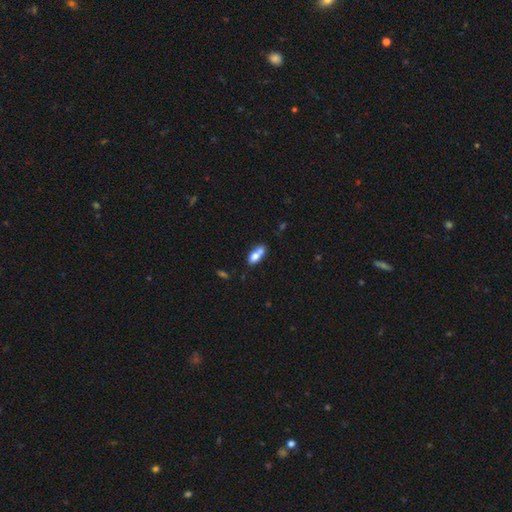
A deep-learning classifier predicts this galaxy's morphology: Smooth or featured?
  - smooth: 73% *
  - featured or disk: 19%
  - star or artifact: 9%
How rounded?
  - in between: 81% *
  - cigar-shaped: 10%
  - round: 9%
Merging?
  - merger: 52% *
  - none: 30%
  - minor disturbance: 13%
  - major disturbance: 5%